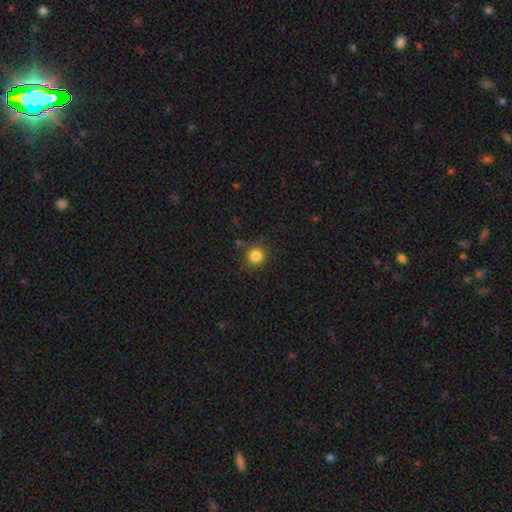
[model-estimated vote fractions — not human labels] smooth 84%, star or artifact 12%, featured or disk 4%. Down the decision tree: how rounded — round (92%); merging — none (83%).